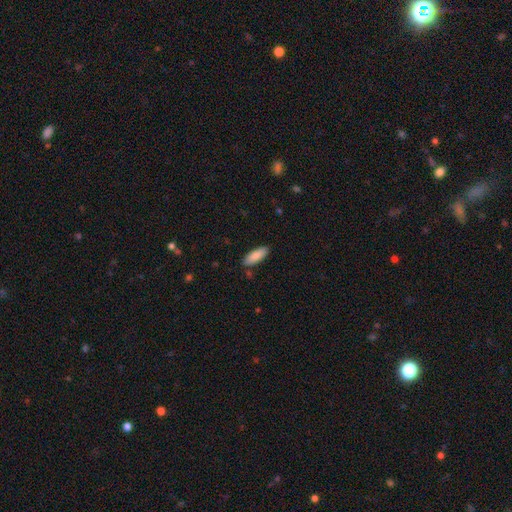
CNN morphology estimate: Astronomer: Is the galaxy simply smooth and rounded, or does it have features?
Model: smooth — 85%.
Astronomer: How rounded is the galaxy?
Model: in between — 66%.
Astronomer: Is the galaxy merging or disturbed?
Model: none — 86%.